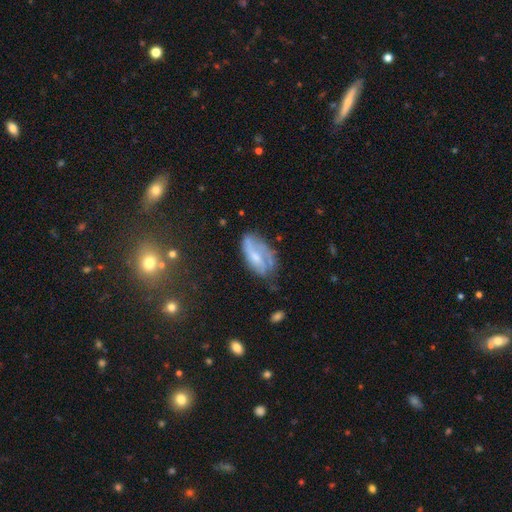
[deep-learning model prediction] smooth-or-featured: featured or disk: 60% | smooth: 31% | star or artifact: 9%
  disk-edge-on: no: 93% | yes: 7%
    bar: no: 50% | weak: 38% | strong: 11%
    has-spiral-arms: yes: 74% | no: 26%
    bulge-size: small: 52% | moderate: 32% | none: 12% | large: 2% | dominant: 1%
  merging: none: 48% | minor disturbance: 30% | major disturbance: 18% | merger: 4%